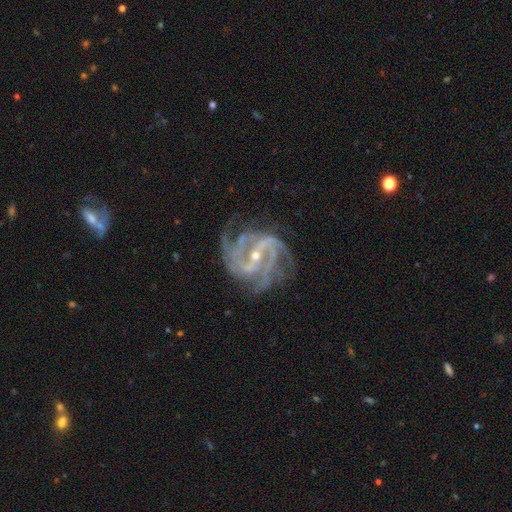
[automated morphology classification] featured or disk 92%, star or artifact 6%, smooth 3%. Down the decision tree: edge-on disk — no (97%); bar — strong (56%); spiral arms — yes (98%); spiral arm count — 3 (27%); spiral winding — medium (48%); bulge size — small (68%); merging — none (66%).